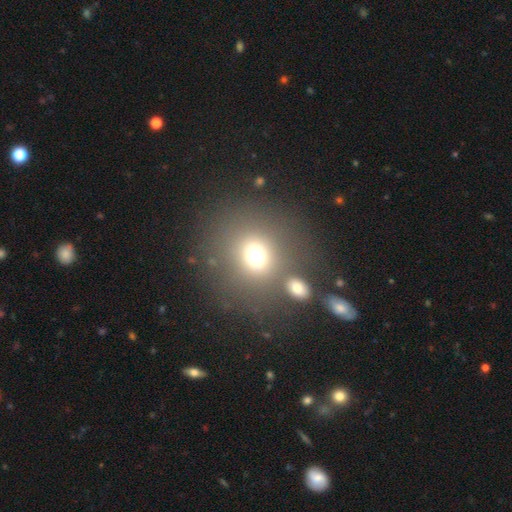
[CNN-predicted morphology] Smooth or featured: smooth — 71% (star or artifact — 18%)
How rounded: round — 74% (in between — 25%)
Merging: none — 62% (merger — 21%)